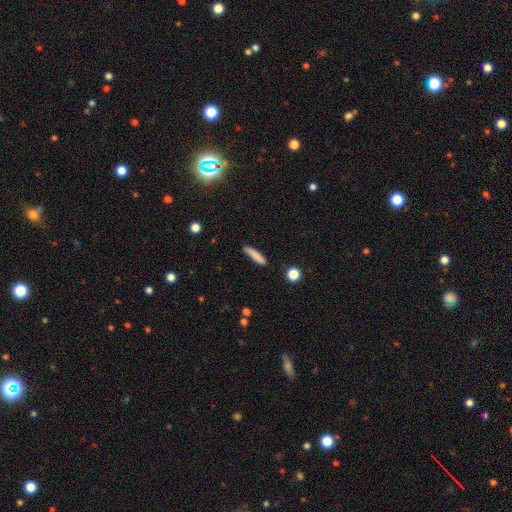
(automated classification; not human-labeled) smooth-or-featured: smooth: 82% | featured or disk: 10% | star or artifact: 7%
  how-rounded: cigar-shaped: 86% | in between: 13% | round: 2%
  merging: none: 86% | minor disturbance: 10% | major disturbance: 2% | merger: 2%